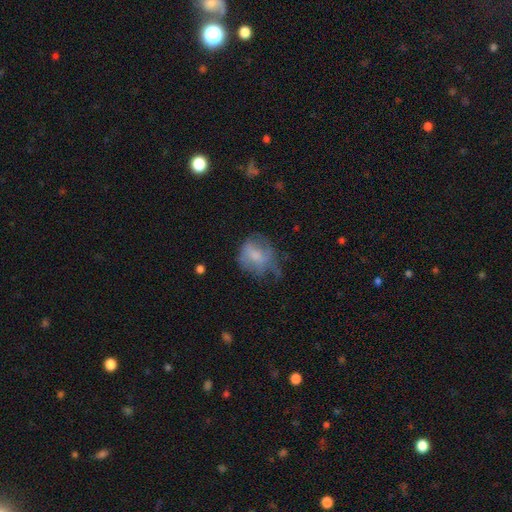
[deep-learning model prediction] A smooth galaxy with no disk features (58%) that is round (59%). Merging: none (40%).